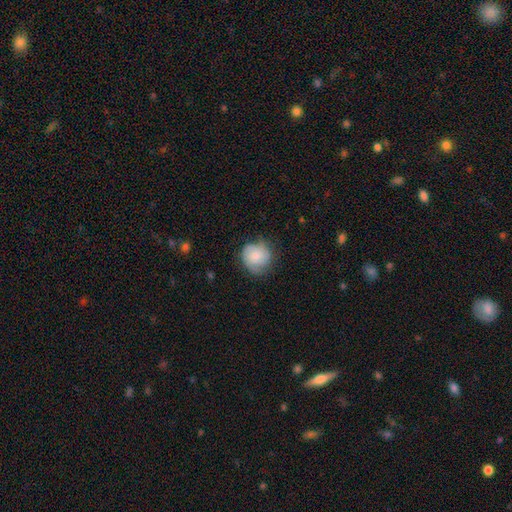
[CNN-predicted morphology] Smooth or featured?
  - smooth: 75% *
  - featured or disk: 18%
  - star or artifact: 7%
How rounded?
  - round: 89% *
  - in between: 10%
  - cigar-shaped: 1%
Merging?
  - none: 62% *
  - minor disturbance: 29%
  - major disturbance: 8%
  - merger: 1%